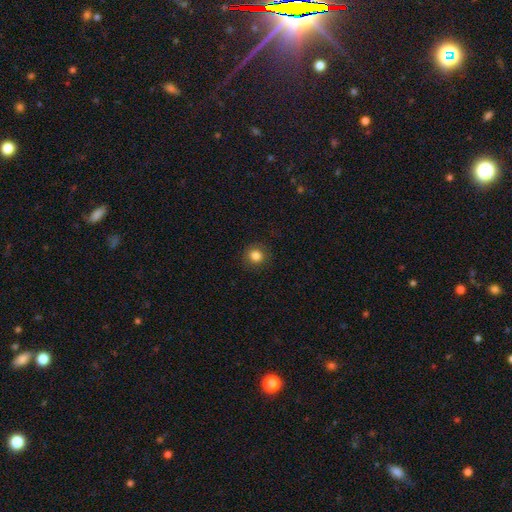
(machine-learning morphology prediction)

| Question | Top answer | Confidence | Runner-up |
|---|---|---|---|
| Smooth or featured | smooth | 83% | star or artifact (11%) |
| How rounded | round | 88% | in between (11%) |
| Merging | none | 89% | minor disturbance (7%) |